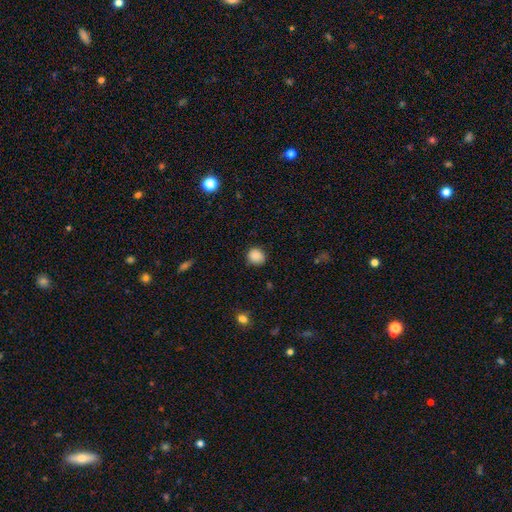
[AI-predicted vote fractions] A smooth galaxy with no disk features (88%) that is round (80%).

Vote fractions:
- Smooth or featured? smooth: 88% / star or artifact: 9% / featured or disk: 3%
- How rounded? round: 80% / in between: 19% / cigar-shaped: 1%
- Merging? none: 82% / minor disturbance: 14% / major disturbance: 3% / merger: 1%